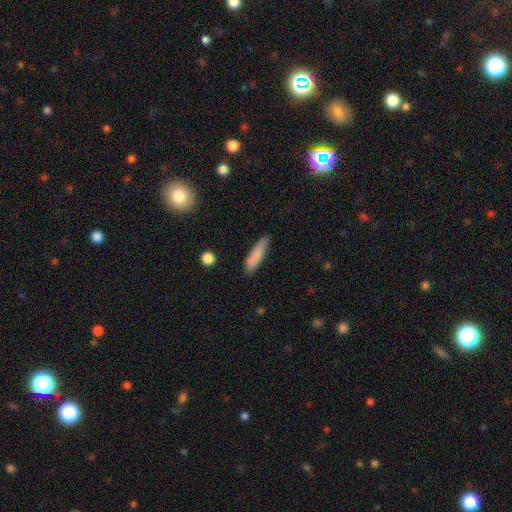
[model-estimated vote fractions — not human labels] Smooth or featured? Predicted: smooth (p=0.82). How rounded? Predicted: cigar-shaped (p=0.73). Merging? Predicted: none (p=0.79).